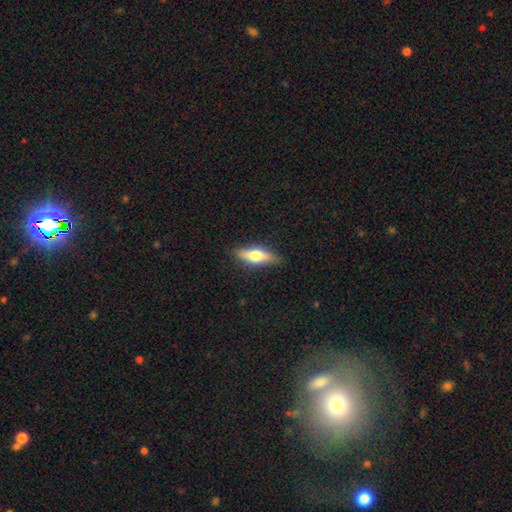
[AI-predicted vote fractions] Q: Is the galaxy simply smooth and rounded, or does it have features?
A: smooth — 57%.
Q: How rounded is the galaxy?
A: in between — 50%.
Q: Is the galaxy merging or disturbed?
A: none — 86%.